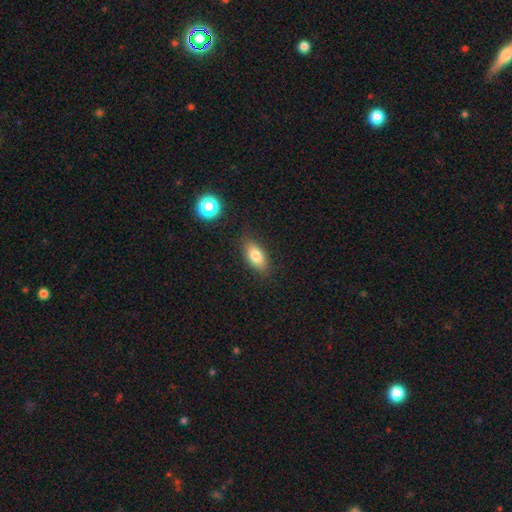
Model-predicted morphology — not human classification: The model was most divided on "smooth or featured": smooth: 78%, featured or disk: 13%, star or artifact: 9%. More confident: how rounded — in between (84%); merging — none (84%).